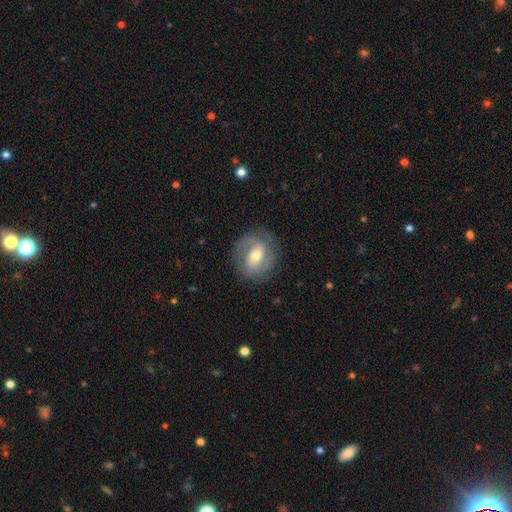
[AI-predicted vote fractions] This appears to be a featured or disk galaxy (68%) with a weak bar (42%), spiral arms (75%) and a moderate central bulge (64%). Merging: none (80%).